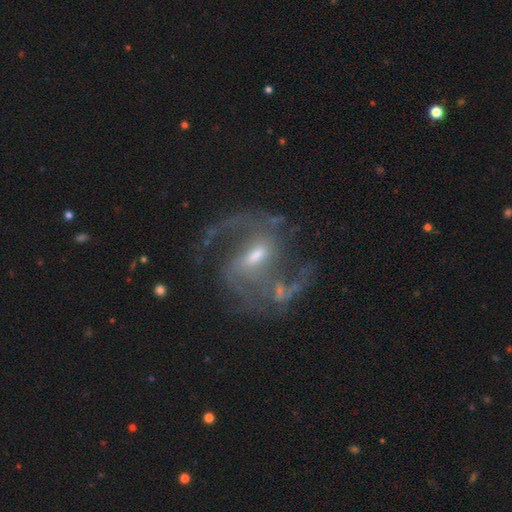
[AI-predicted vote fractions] This is clearly a featured or disk galaxy (88%). It is clearly not viewed edge-on (98%). Bar: possibly weak (58%). Spiral arm pattern: clearly yes (96%). Spiral arm count: likely 2 (79%). Spiral winding: possibly medium (45%). Central bulge: marginally moderate (45%, tied with small). Merging: possibly none (57%).